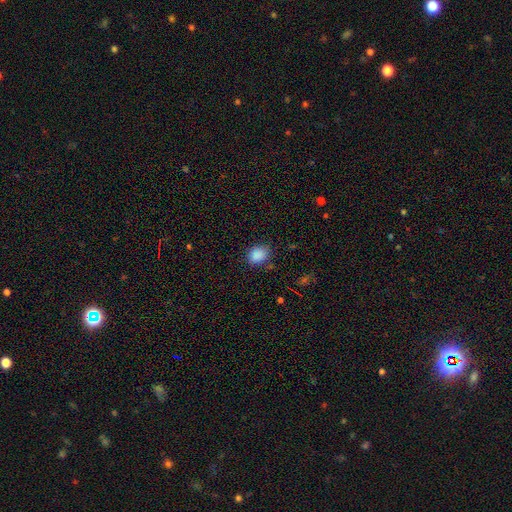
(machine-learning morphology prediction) A smooth galaxy with no disk features (87%) that is round (51%).

Vote fractions:
- Smooth or featured? smooth: 87% / star or artifact: 9% / featured or disk: 3%
- How rounded? round: 51% / in between: 48% / cigar-shaped: 1%
- Merging? none: 78% / minor disturbance: 16% / major disturbance: 4% / merger: 2%